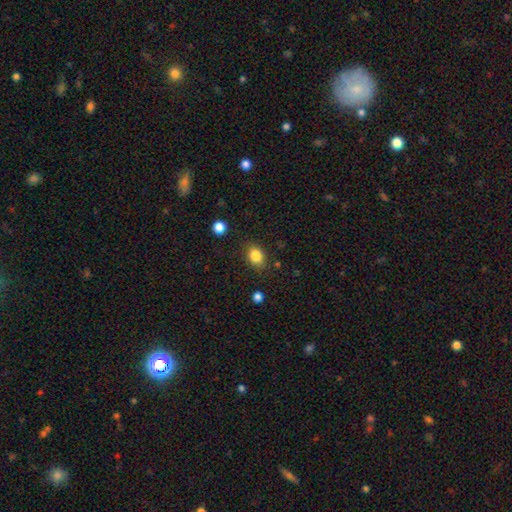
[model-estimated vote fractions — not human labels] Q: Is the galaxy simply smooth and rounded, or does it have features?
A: smooth — 85%.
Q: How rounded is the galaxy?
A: in between — 56%.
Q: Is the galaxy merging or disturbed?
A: none — 83%.